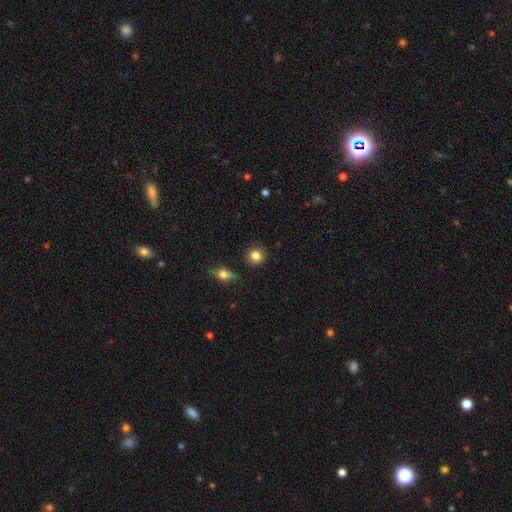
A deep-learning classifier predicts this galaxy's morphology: smooth 83%, star or artifact 10%, featured or disk 7%. Down the decision tree: how rounded — round (85%); merging — none (86%).